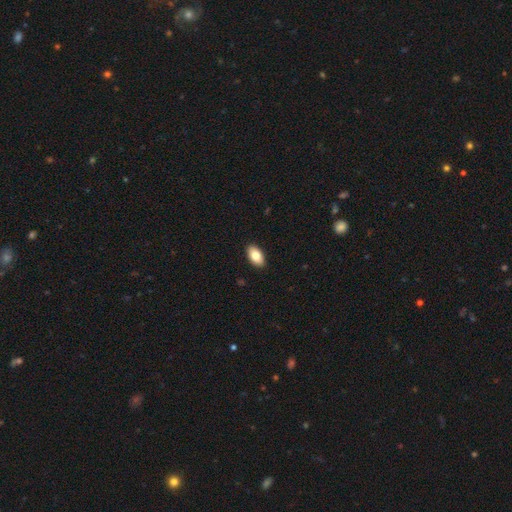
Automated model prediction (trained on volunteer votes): Smooth or featured? Predicted: smooth (p=0.81). How rounded? Predicted: in between (p=0.94). Merging? Predicted: none (p=0.91).